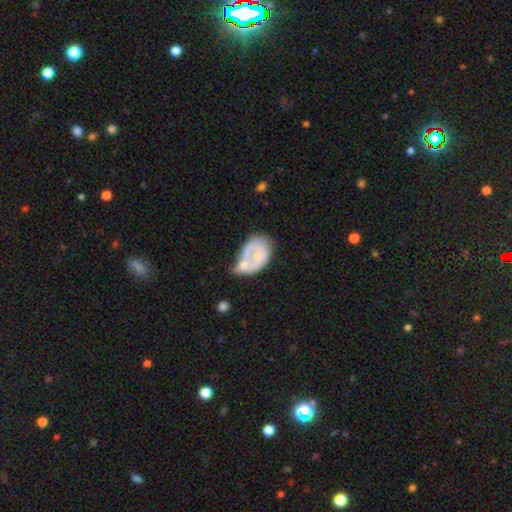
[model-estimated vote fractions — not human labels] This is possibly a featured or disk galaxy (56%). It is clearly not viewed edge-on (97%). Bar: clearly no (81%). Spiral arm pattern: likely no (62%). Central bulge: possibly small (52%). Merging: marginally merger (31%).